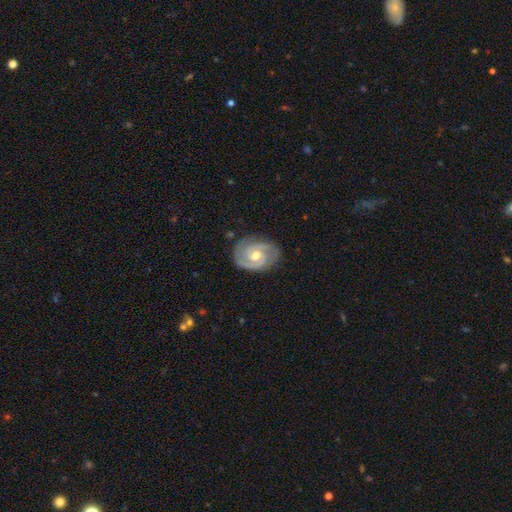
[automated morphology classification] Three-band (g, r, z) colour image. It shows a featured or disk galaxy (87%) with no bar (59%), 2 (69%) tight (54%) spiral arms (97%) and a moderate central bulge (68%). Merging: none (79%).